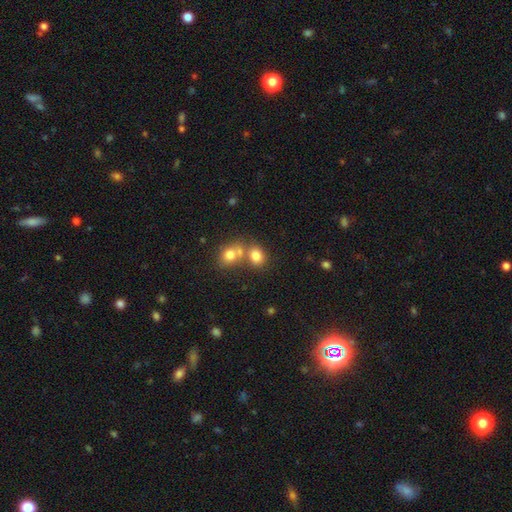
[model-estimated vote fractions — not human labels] smooth 79%, star or artifact 12%, featured or disk 9%. Down the decision tree: how rounded — round (50%); merging — none (45%).